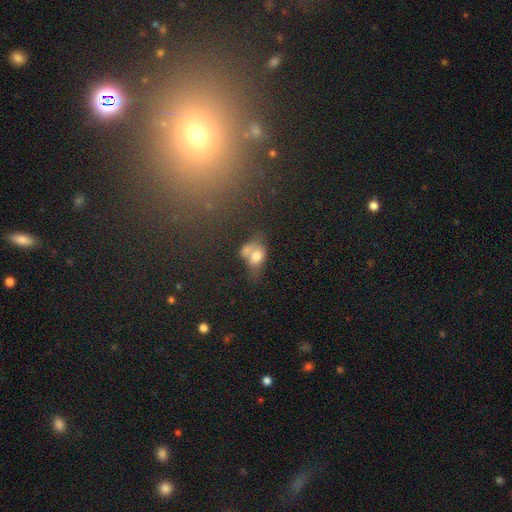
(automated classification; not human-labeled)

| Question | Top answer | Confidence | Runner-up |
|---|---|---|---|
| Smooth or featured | smooth | 67% | featured or disk (21%) |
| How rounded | in between | 68% | round (30%) |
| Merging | merger | 52% | none (18%) |